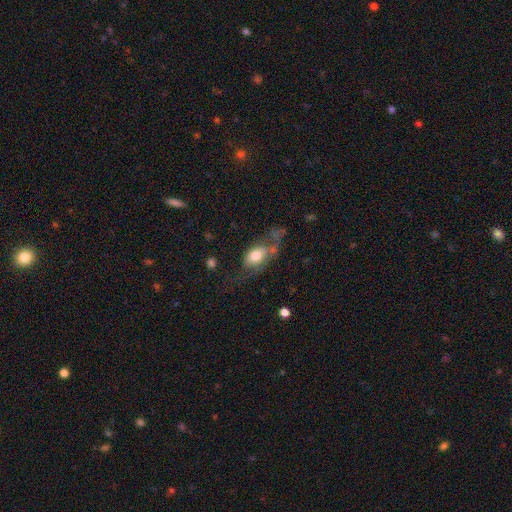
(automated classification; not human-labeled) smooth 61%, featured or disk 31%, star or artifact 8%. Down the decision tree: how rounded — in between (82%); merging — major disturbance (42%).